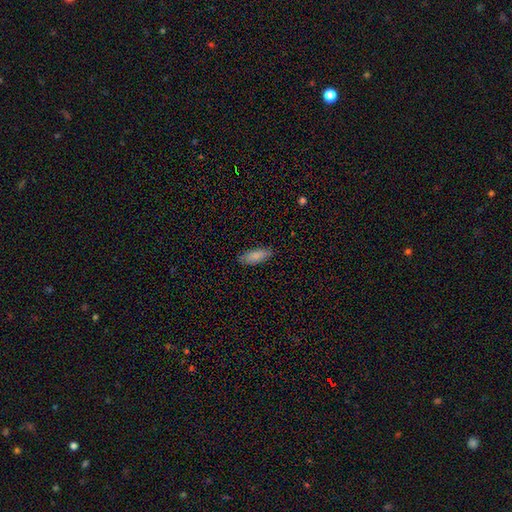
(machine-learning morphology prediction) smooth-or-featured: smooth: 85% | featured or disk: 9% | star or artifact: 6%
  how-rounded: in between: 76% | cigar-shaped: 23% | round: 2%
  merging: none: 83% | minor disturbance: 13% | major disturbance: 2% | merger: 1%